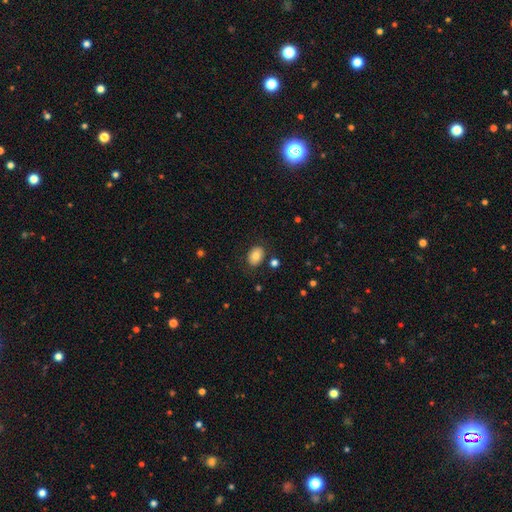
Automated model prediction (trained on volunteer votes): The model was most divided on "how rounded": in between: 76%, round: 23%, cigar-shaped: 1%. More confident: merging — none (82%); smooth or featured — smooth (81%).